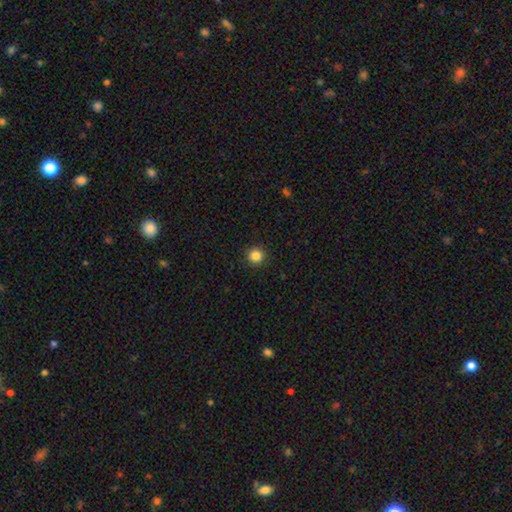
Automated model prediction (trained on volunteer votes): smooth 85%, star or artifact 11%, featured or disk 4%. Down the decision tree: how rounded — round (95%); merging — none (92%).